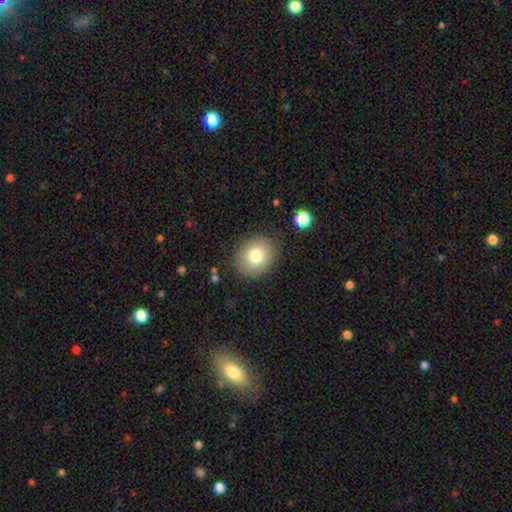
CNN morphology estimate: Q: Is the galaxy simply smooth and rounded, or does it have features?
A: smooth — 79%.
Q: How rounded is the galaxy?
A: round — 66%.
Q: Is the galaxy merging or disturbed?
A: none — 84%.